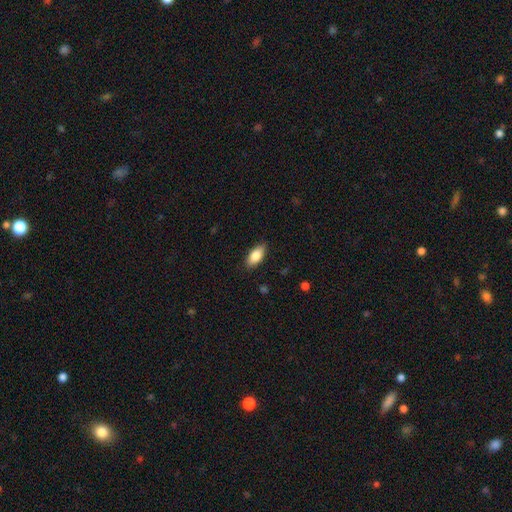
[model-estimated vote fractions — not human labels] Smooth or featured: smooth — 83% (featured or disk — 10%)
How rounded: in between — 88% (cigar-shaped — 9%)
Merging: none — 88% (minor disturbance — 9%)